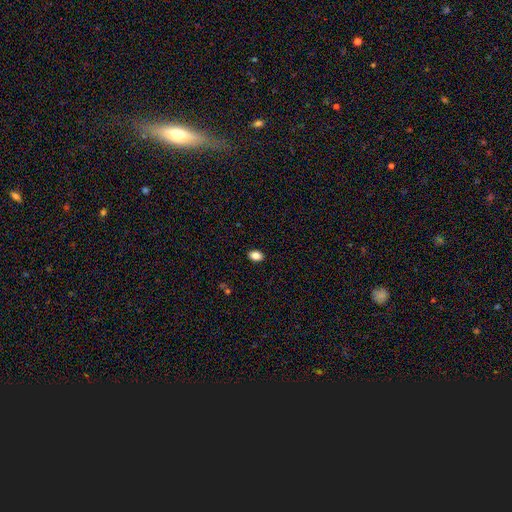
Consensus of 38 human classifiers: This appears to be a smooth galaxy with no disk features (95%) that is in between round and cigar-shaped (83%). Merging: none (92%).